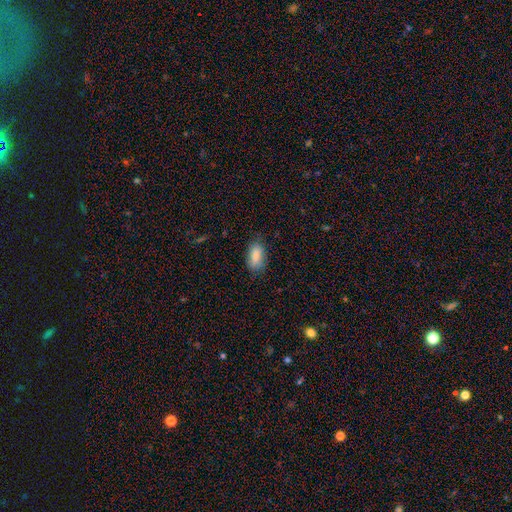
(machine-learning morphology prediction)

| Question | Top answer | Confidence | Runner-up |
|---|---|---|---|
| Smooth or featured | smooth | 86% | star or artifact (7%) |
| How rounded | in between | 91% | cigar-shaped (5%) |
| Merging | none | 76% | minor disturbance (19%) |